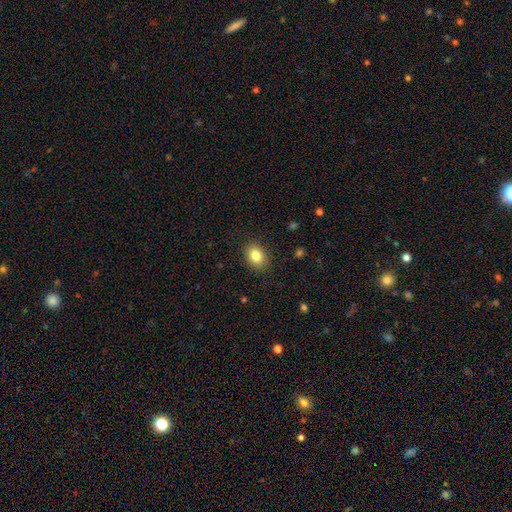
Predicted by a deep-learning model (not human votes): The model was most divided on "how rounded": in between: 66%, round: 33%, cigar-shaped: 1%. More confident: merging — none (88%); smooth or featured — smooth (84%).